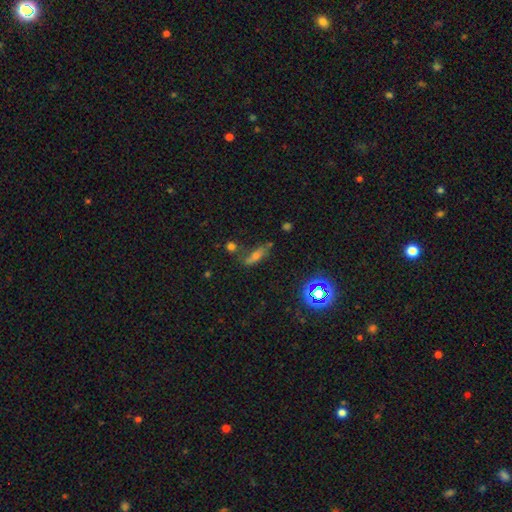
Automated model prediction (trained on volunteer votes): Smooth or featured: smooth — 45% (star or artifact — 28%)
Merging: none — 58% (minor disturbance — 19%)